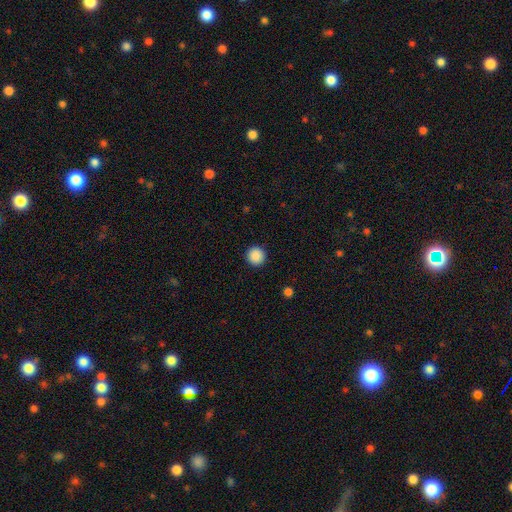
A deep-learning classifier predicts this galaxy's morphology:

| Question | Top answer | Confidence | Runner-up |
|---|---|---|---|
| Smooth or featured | smooth | 89% | star or artifact (9%) |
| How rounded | round | 95% | in between (4%) |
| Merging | none | 93% | minor disturbance (5%) |